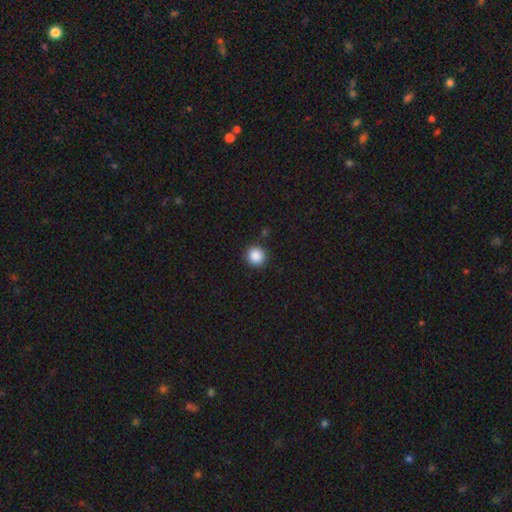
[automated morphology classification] type=smooth (88%); roundness=round (93%); merging=none (89%).